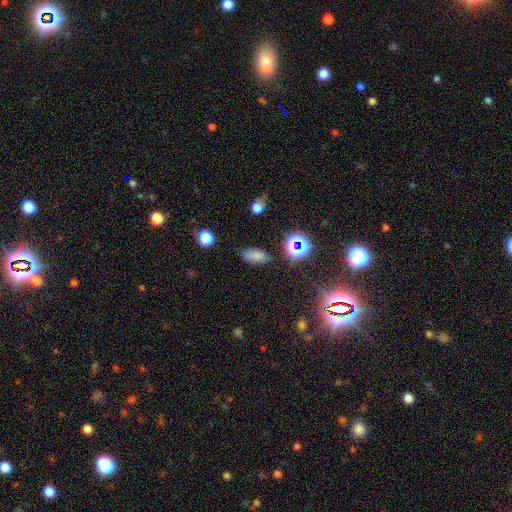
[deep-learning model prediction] A smooth galaxy with no disk features (75%) that is in between round and cigar-shaped (83%). Merging: none (78%).